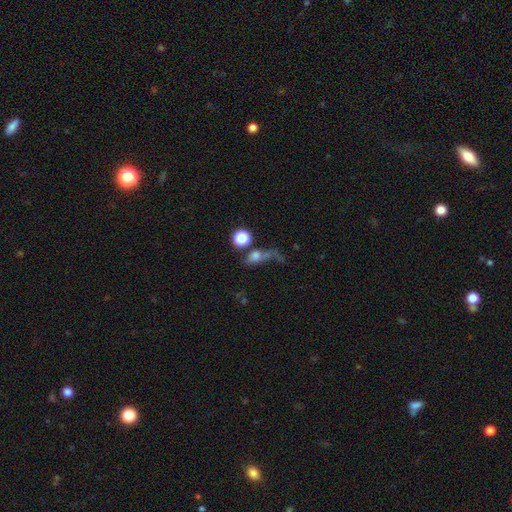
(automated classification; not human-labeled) Smooth or featured?
  - smooth: 59% *
  - featured or disk: 23%
  - star or artifact: 18%
How rounded?
  - in between: 47% *
  - round: 45%
  - cigar-shaped: 8%
Merging?
  - major disturbance: 40% *
  - none: 25%
  - merger: 21%
  - minor disturbance: 14%